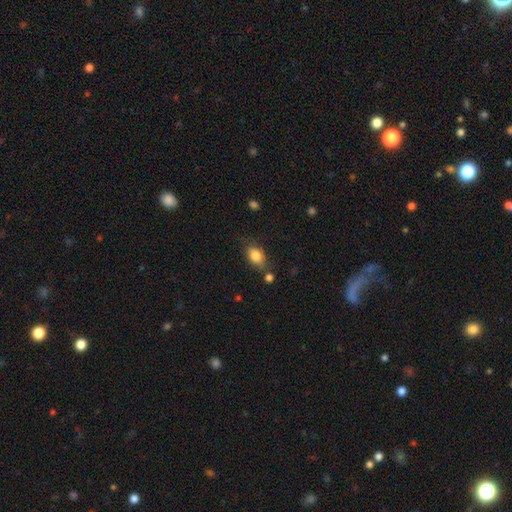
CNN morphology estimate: type=smooth (83%); roundness=in between (79%); merging=none (69%).